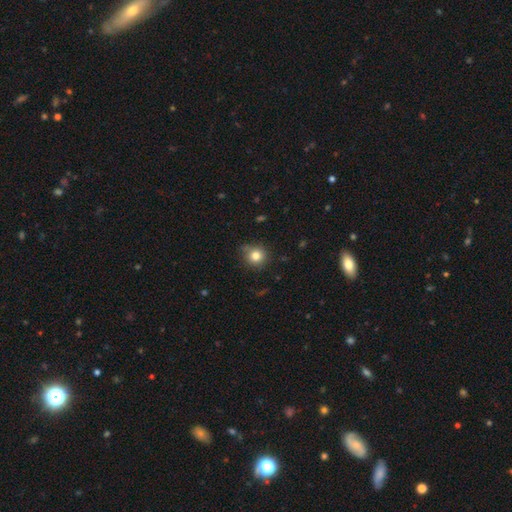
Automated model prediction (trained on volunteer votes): Overall: smooth (81%). How rounded: round (91%). Merging: none (81%).